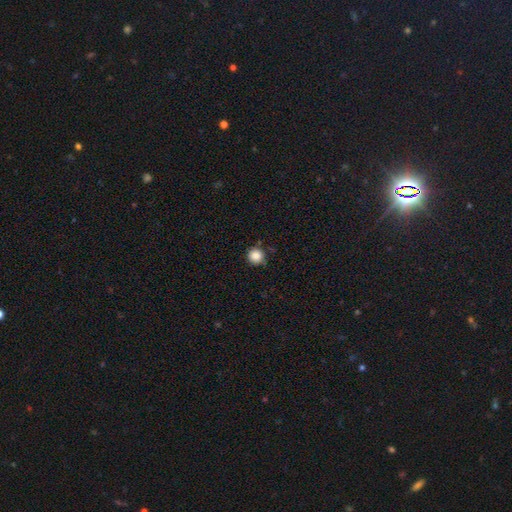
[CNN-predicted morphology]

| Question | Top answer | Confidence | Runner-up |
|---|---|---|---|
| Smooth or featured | smooth | 86% | star or artifact (10%) |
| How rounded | round | 94% | in between (5%) |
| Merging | none | 84% | minor disturbance (11%) |